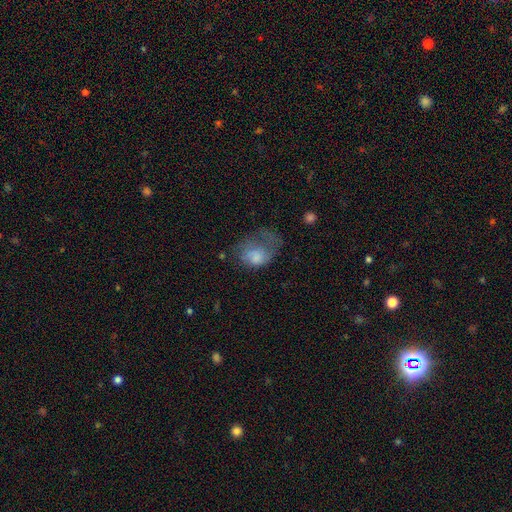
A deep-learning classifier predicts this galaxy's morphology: Smooth or featured: smooth — 63% (featured or disk — 27%)
How rounded: in between — 67% (round — 32%)
Merging: major disturbance — 57% (minor disturbance — 22%)